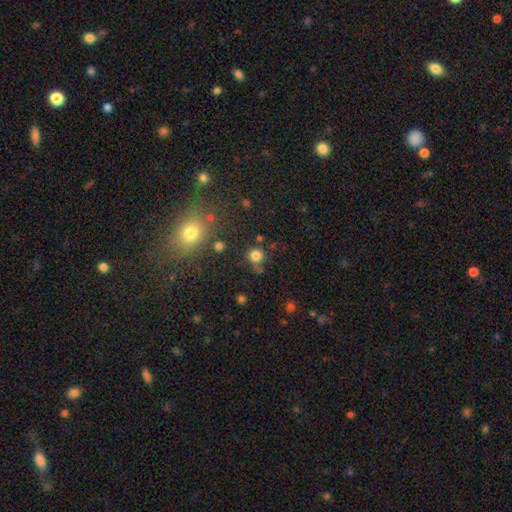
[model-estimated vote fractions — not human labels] Morphology: type=smooth (79%); roundness=round (90%); merging=none (67%).